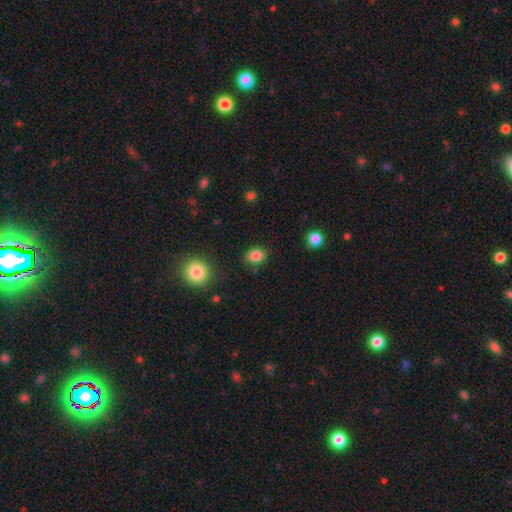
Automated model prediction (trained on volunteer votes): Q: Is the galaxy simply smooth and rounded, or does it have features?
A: smooth — 85%.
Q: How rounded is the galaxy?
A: in between — 50%.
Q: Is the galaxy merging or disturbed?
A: none — 85%.